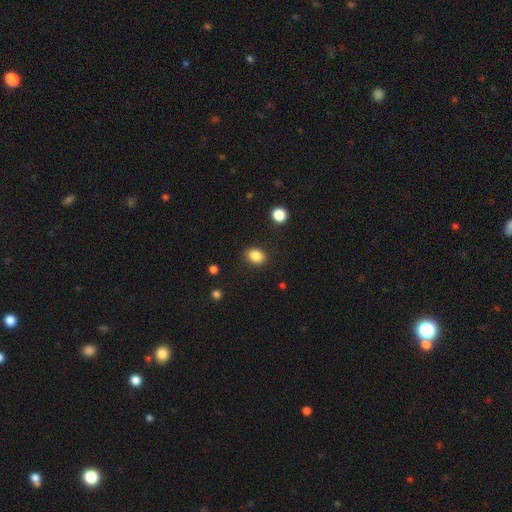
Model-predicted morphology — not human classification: smooth-or-featured: smooth: 86% | star or artifact: 9% | featured or disk: 5%
  how-rounded: in between: 66% | round: 33% | cigar-shaped: 1%
  merging: none: 87% | minor disturbance: 9% | major disturbance: 3% | merger: 1%